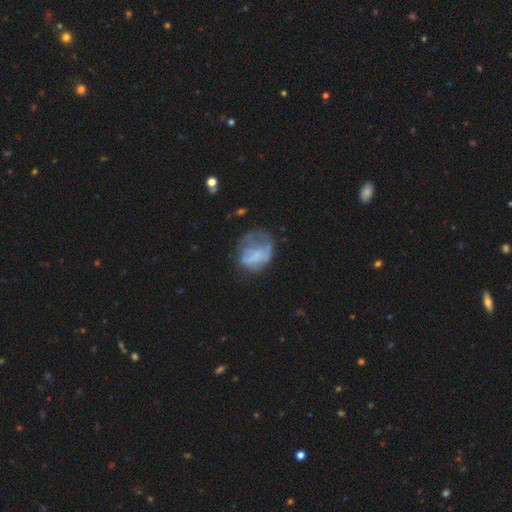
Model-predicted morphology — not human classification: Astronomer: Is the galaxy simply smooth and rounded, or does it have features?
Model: smooth — 46% (runner-up: featured or disk, 42%).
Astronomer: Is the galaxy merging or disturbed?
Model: major disturbance — 36% (runner-up: none, 35%).